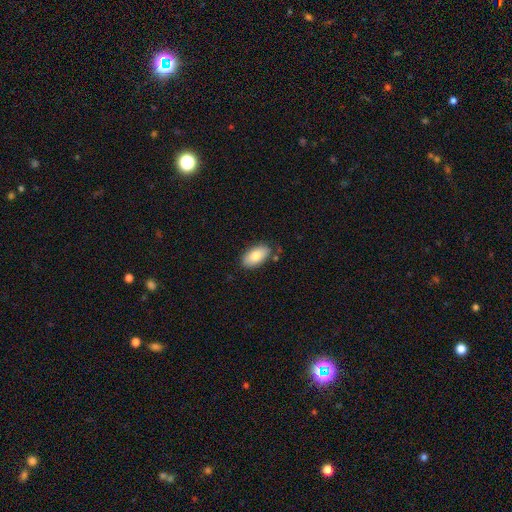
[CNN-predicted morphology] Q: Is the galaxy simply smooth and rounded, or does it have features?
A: smooth — 81%.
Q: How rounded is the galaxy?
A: in between — 94%.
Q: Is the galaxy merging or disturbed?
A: none — 78%.